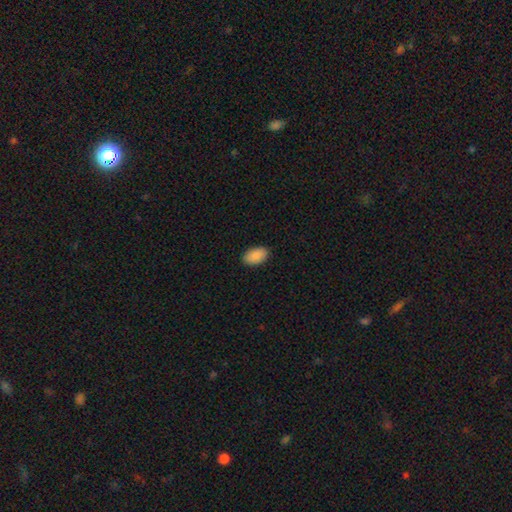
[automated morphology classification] This is clearly a smooth galaxy (90%). How rounded: clearly in between (94%). Merging: clearly none (89%).